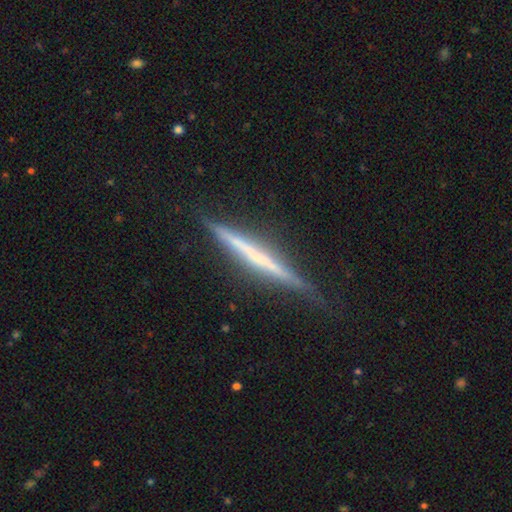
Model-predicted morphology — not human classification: Smooth or featured? Predicted: featured or disk (p=0.71). Edge-on disk? Predicted: yes (p=0.98). Edge-on bulge? Predicted: none (p=0.83). Merging? Predicted: none (p=0.87).